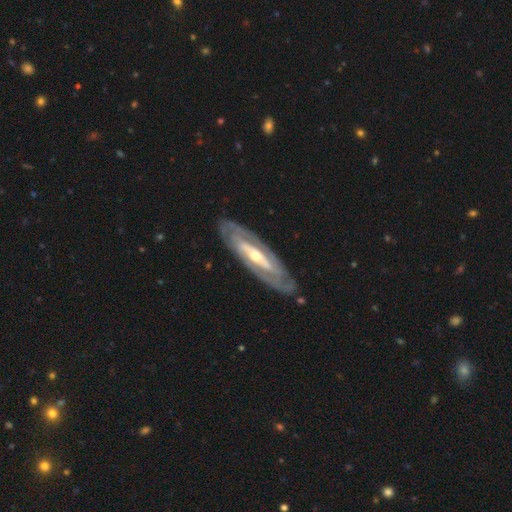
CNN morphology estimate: smooth-or-featured: featured or disk: 82% | smooth: 14% | star or artifact: 4%
  disk-edge-on: no: 80% | yes: 20%
    bar: strong: 42% | no: 32% | weak: 26%
    has-spiral-arms: yes: 74% | no: 26%
    bulge-size: moderate: 56% | small: 37% | large: 5% | none: 1% | dominant: 1%
  merging: none: 83% | minor disturbance: 12% | major disturbance: 4% | merger: 1%